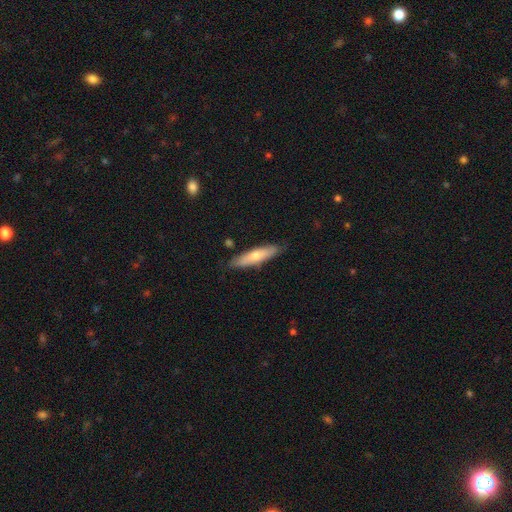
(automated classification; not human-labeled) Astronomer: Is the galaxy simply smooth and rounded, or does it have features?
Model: smooth — 60%.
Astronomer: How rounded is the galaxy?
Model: cigar-shaped — 77%.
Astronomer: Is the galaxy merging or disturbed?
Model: none — 85%.